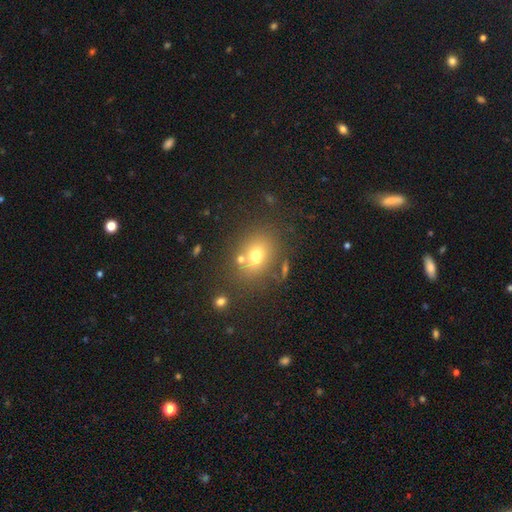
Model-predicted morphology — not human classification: This is likely a smooth galaxy (70%). How rounded: possibly in between (52%). Merging: likely none (71%).